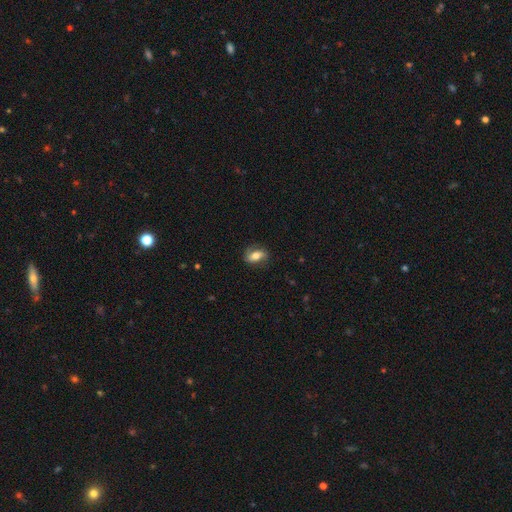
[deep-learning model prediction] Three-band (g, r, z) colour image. It shows a smooth galaxy with no disk features (56%) that is in between round and cigar-shaped (81%). Merging: none (76%).